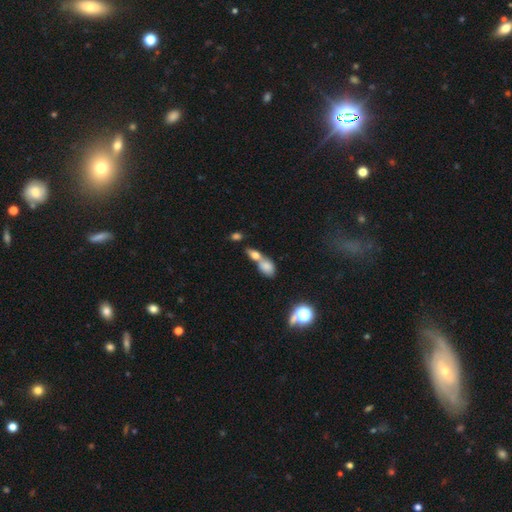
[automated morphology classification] Smooth or featured: smooth — 72% (featured or disk — 16%)
How rounded: in between — 74% (round — 17%)
Merging: merger — 66% (none — 22%)